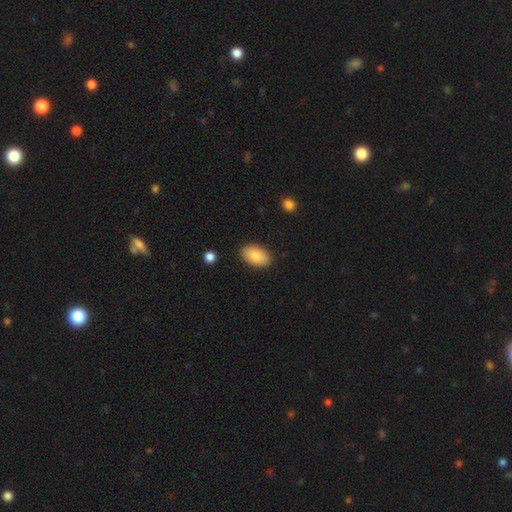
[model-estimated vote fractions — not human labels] Morphology: type=smooth (86%); roundness=in between (93%); merging=none (87%).